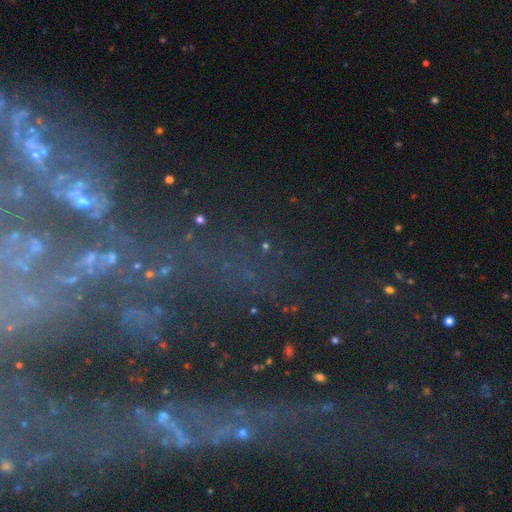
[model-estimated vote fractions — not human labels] A featured or disk galaxy (47%). Merging: none (60%).